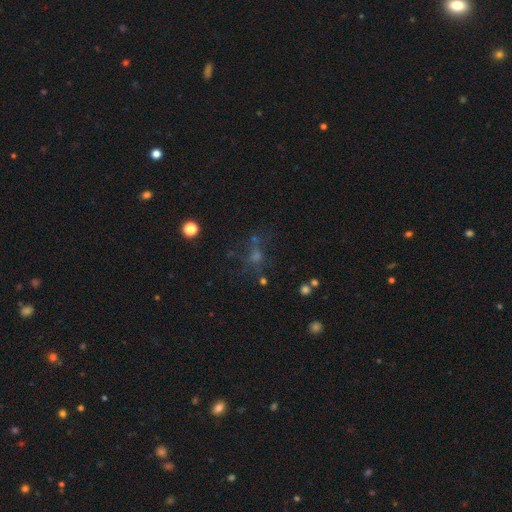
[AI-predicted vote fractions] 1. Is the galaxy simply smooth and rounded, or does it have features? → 46% star or artifact, 34% smooth, 20% featured or disk.